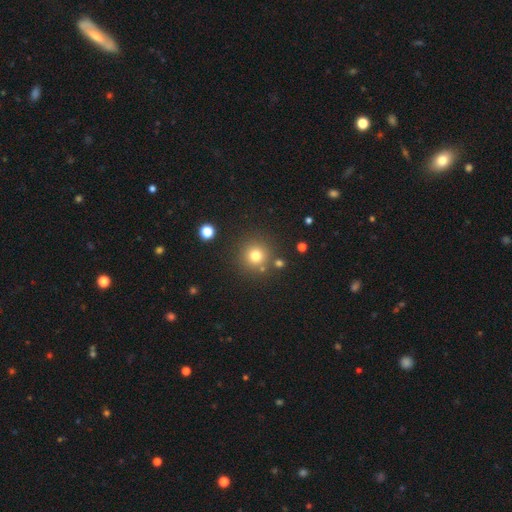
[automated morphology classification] smooth_or_featured: smooth (p=0.77) [alt: star or artifact p=0.15]
how_rounded: round (p=0.95) [alt: in between p=0.04]
merging: none (p=0.85) [alt: minor disturbance p=0.07]